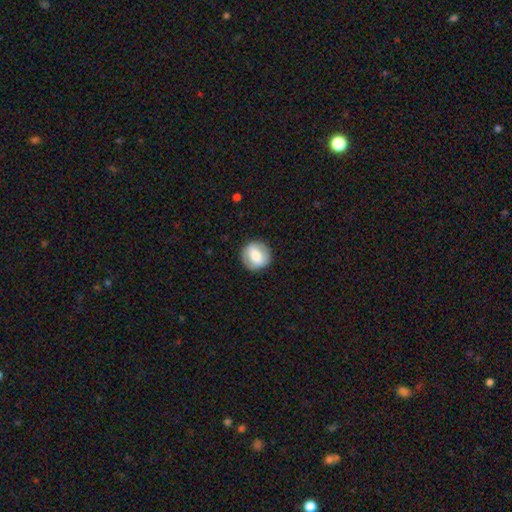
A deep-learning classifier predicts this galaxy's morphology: Smooth or featured?
  - smooth: 60% *
  - featured or disk: 32%
  - star or artifact: 7%
How rounded?
  - round: 90% *
  - in between: 9%
  - cigar-shaped: 1%
Merging?
  - none: 89% *
  - minor disturbance: 8%
  - major disturbance: 3%
  - merger: 1%